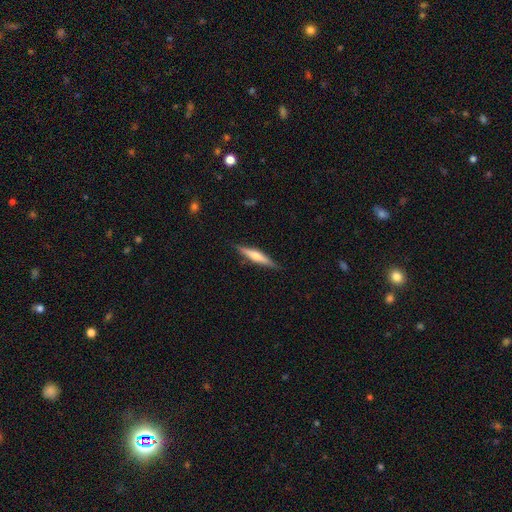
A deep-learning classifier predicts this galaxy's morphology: type=featured or disk (55%); edge-on=yes (96%); edge-on bulge=rounded (82%); merging=none (88%).